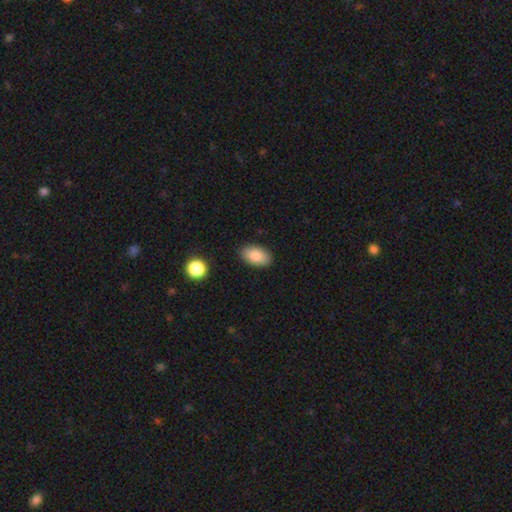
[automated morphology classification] The model was most divided on "smooth or featured": smooth: 86%, star or artifact: 7%, featured or disk: 7%. More confident: how rounded — in between (93%); merging — none (88%).